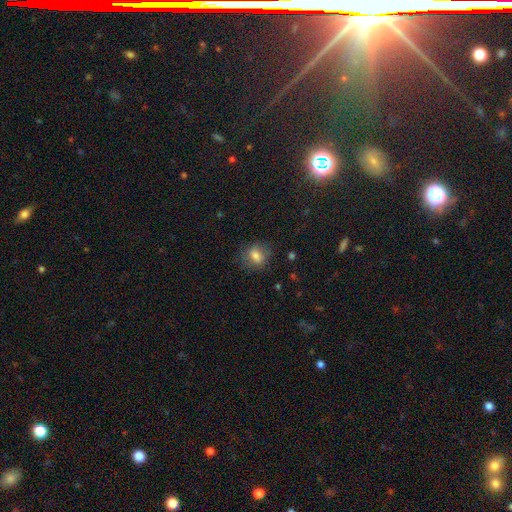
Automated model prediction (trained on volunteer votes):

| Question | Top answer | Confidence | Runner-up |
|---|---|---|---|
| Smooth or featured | smooth | 73% | featured or disk (16%) |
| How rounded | in between | 51% | round (46%) |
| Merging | none | 73% | minor disturbance (18%) |